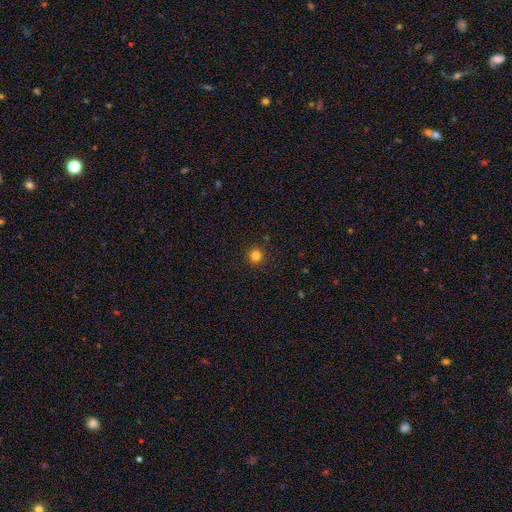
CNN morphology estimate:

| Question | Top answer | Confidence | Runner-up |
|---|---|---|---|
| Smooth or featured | smooth | 82% | star or artifact (14%) |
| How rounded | round | 94% | in between (5%) |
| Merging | none | 92% | minor disturbance (5%) |